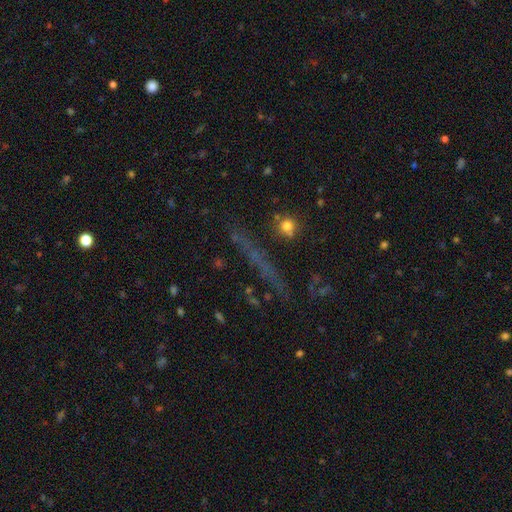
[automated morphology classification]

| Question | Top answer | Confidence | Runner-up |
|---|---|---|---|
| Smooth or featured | star or artifact | 48% | featured or disk (28%) |